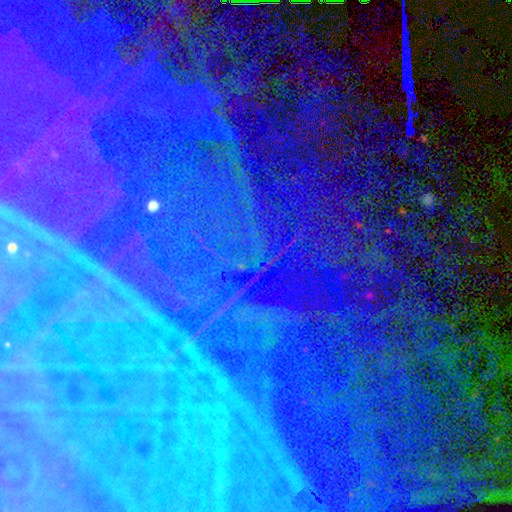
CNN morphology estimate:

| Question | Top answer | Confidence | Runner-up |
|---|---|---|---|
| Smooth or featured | star or artifact | 84% | featured or disk (9%) |